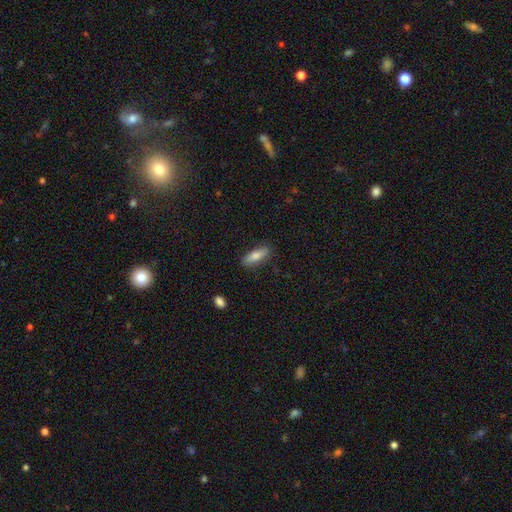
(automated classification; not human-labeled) smooth-or-featured: smooth: 75% | featured or disk: 19% | star or artifact: 7%
  how-rounded: in between: 51% | cigar-shaped: 47% | round: 2%
  merging: none: 85% | minor disturbance: 12% | major disturbance: 2% | merger: 1%